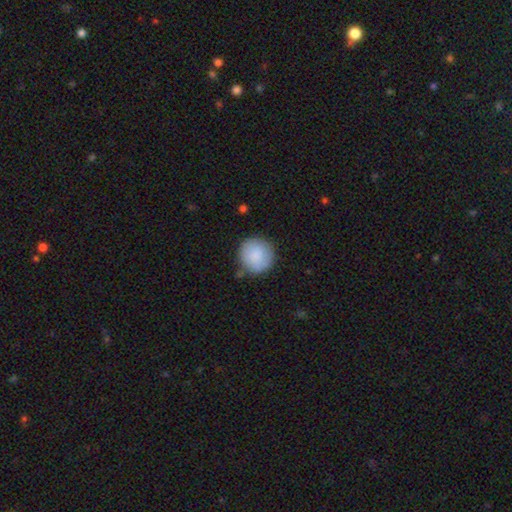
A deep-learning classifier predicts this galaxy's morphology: A smooth galaxy with no disk features (85%) that is round (92%).

Vote fractions:
- Smooth or featured? smooth: 85% / featured or disk: 9% / star or artifact: 6%
- How rounded? round: 92% / in between: 7% / cigar-shaped: 1%
- Merging? none: 81% / minor disturbance: 13% / major disturbance: 4% / merger: 2%